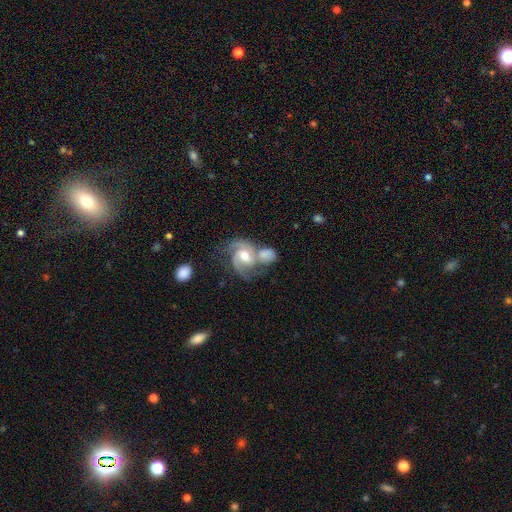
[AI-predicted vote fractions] A featured or disk galaxy (81%) with no bar (50%), 2 (73%) medium (51%) spiral arms (94%) and a moderate central bulge (70%).

Vote fractions:
- Smooth or featured? featured or disk: 81% / smooth: 12% / star or artifact: 7%
- Edge-on disk? no: 97% / yes: 3%
- Bar? no: 50% / weak: 37% / strong: 13%
- Spiral arms? yes: 94% / no: 6%
- Spiral winding? medium: 51% / tight: 29% / loose: 20%
- Spiral arm count? 2: 73% / can't tell: 9% / 3: 8% / 1: 6% / 4: 2% / more than 4: 2%
- Bulge size? moderate: 70% / small: 20% / large: 7% / none: 2% / dominant: 1%
- Merging? merger: 49% / none: 31% / minor disturbance: 11% / major disturbance: 9%